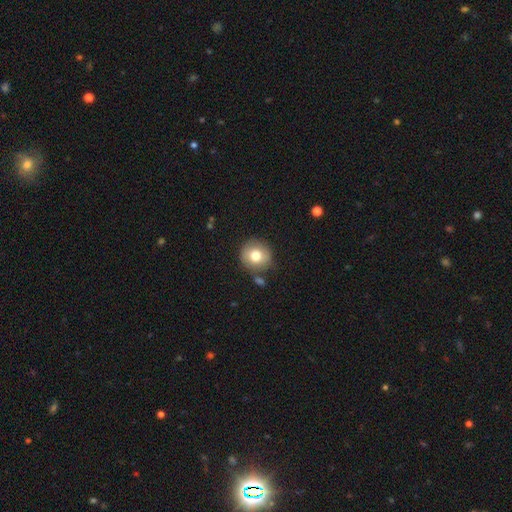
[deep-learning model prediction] Morphology: type=smooth (77%); roundness=round (91%); merging=none (81%).